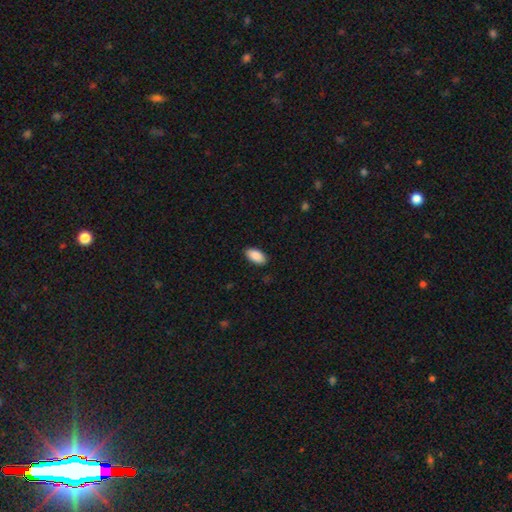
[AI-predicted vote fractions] Overall: smooth (91%). How rounded: in between (95%). Merging: none (88%).